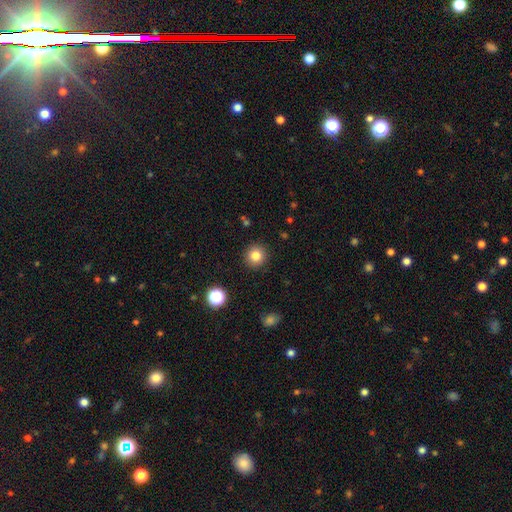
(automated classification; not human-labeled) Smooth or featured? smooth (82%)
How rounded? round (92%)
Merging? none (91%)